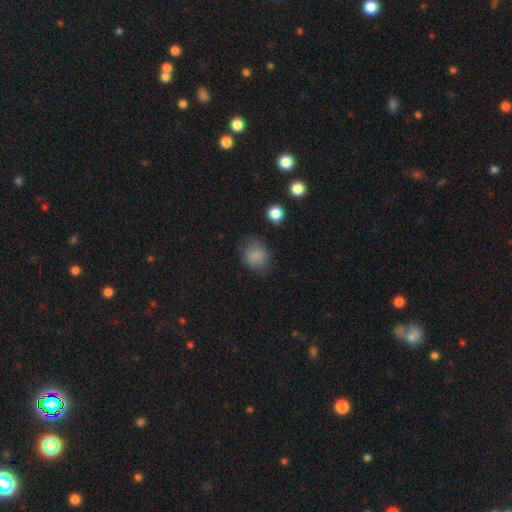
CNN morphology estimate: Overall: smooth (83%). How rounded: round (59%; in between 40%). Merging: none (70%).